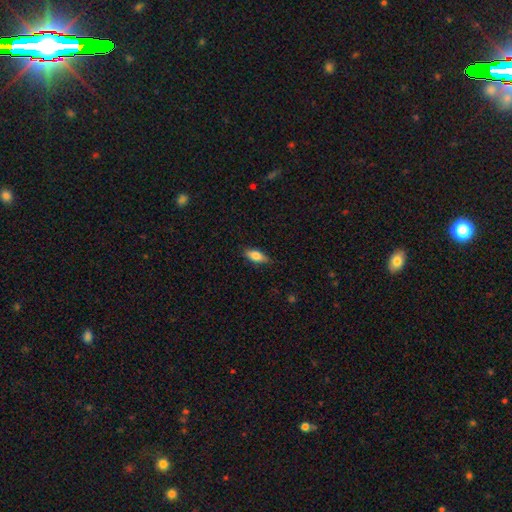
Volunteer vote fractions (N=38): A smooth galaxy with no disk features (79%) that is in between round and cigar-shaped (80%).

Vote fractions:
- Smooth or featured? smooth: 79% / featured or disk: 13% / star or artifact: 8%
- How rounded? in between: 80% / cigar-shaped: 20% / round: 0%
- Merging? none: 71% / minor disturbance: 17% / major disturbance: 9% / merger: 3%